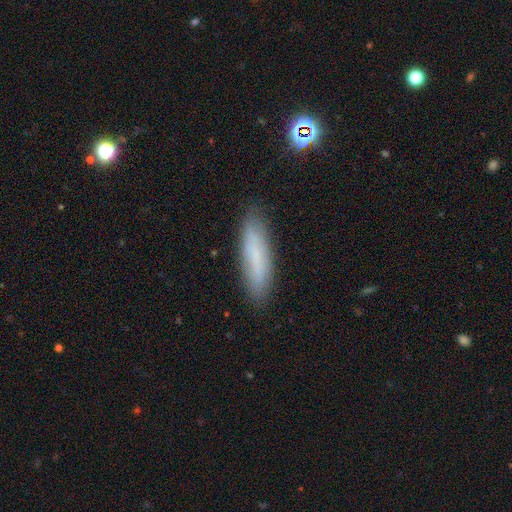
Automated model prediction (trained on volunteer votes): Smooth or featured: smooth — 65% (featured or disk — 26%)
How rounded: cigar-shaped — 76% (in between — 22%)
Merging: none — 84% (minor disturbance — 12%)